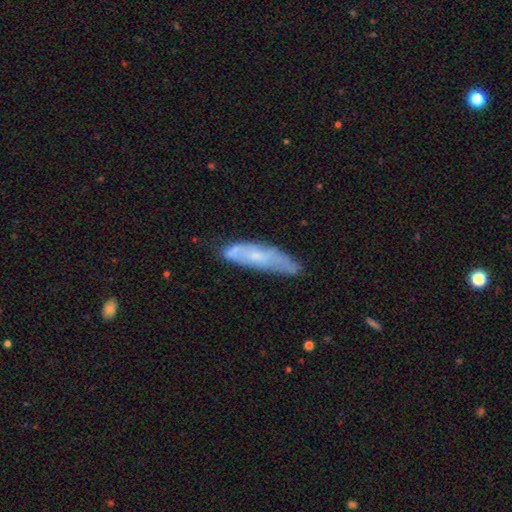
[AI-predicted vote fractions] smooth-or-featured: featured or disk: 46% (tied) | smooth: 46% (tied) | star or artifact: 8%
  merging: none: 58% | minor disturbance: 29% | major disturbance: 9% | merger: 5%